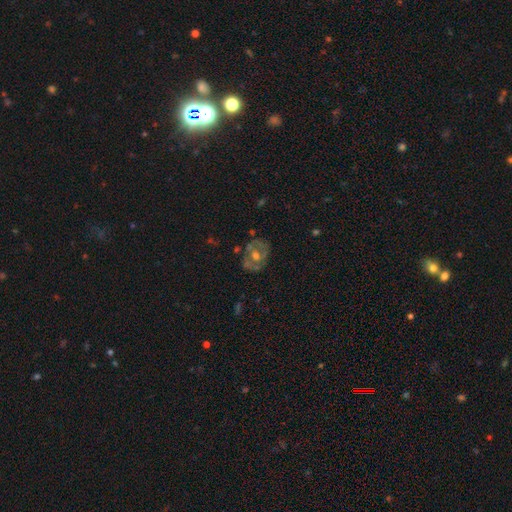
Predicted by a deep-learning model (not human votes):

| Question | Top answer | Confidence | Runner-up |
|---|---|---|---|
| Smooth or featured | featured or disk | 65% | smooth (25%) |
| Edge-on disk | no | 96% | yes (4%) |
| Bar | no | 68% | weak (24%) |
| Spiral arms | no | 58% | yes (42%) |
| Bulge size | moderate | 70% | small (21%) |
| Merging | none | 70% | minor disturbance (18%) |